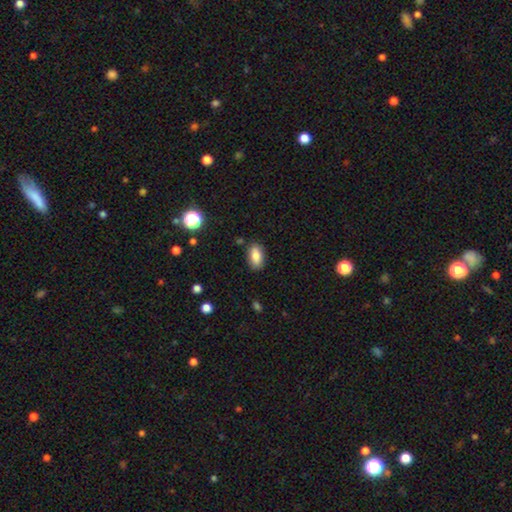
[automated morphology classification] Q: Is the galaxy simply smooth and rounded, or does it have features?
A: smooth — 84%.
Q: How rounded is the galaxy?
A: in between — 90%.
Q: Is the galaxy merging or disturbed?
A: none — 85%.